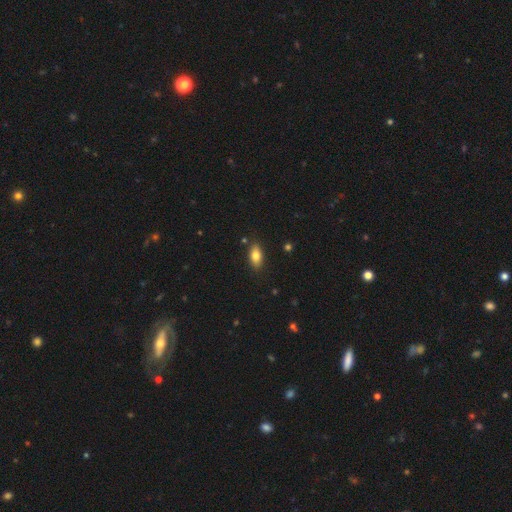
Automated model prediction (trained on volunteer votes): Smooth or featured? Predicted: smooth (p=0.79). How rounded? Predicted: in between (p=0.88). Merging? Predicted: none (p=0.85).